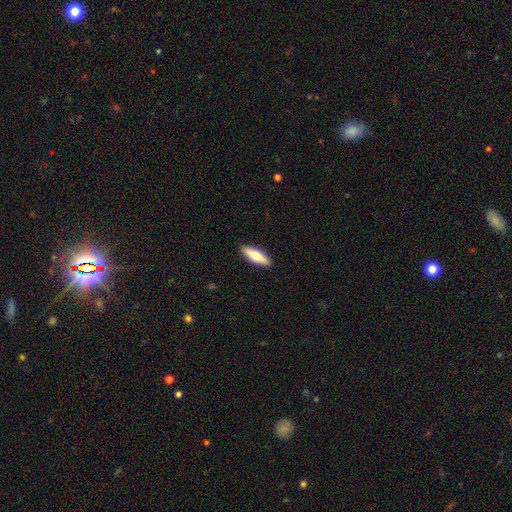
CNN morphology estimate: The model was most divided on "how rounded": in between: 52%, cigar-shaped: 46%, round: 2%. More confident: merging — none (91%); smooth or featured — smooth (65%).